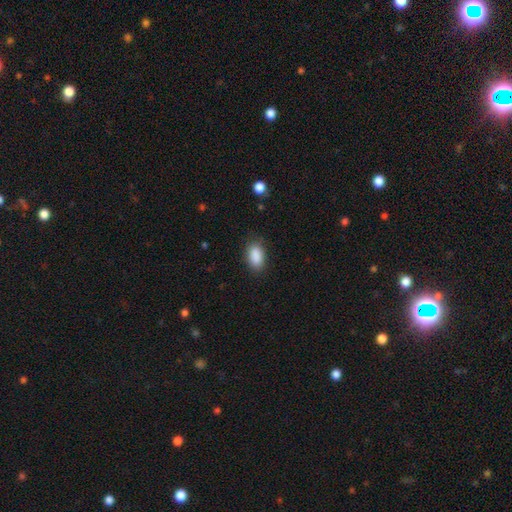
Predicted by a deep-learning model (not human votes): This is clearly a smooth galaxy (90%). How rounded: clearly in between (93%). Merging: clearly none (85%).